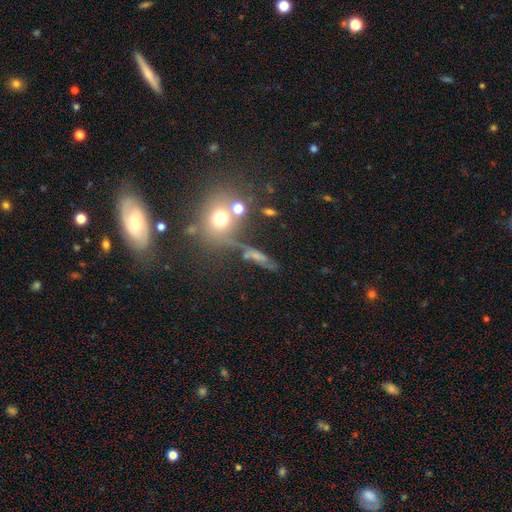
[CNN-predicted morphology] This appears to be a smooth galaxy with no disk features (45%). Merging: none (58%).